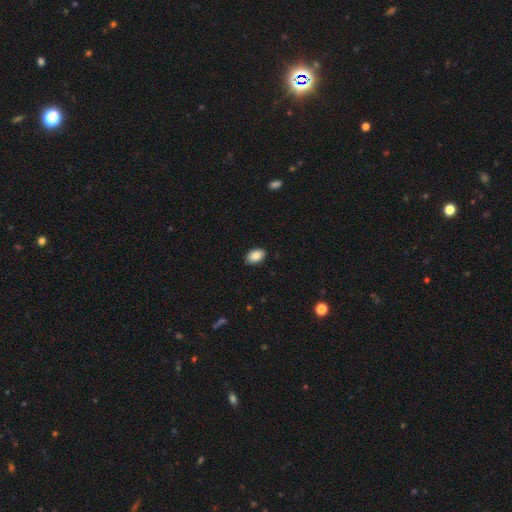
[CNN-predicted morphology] Q: Smooth or featured?
A: smooth (86%); runner-up: star or artifact (7%)
Q: How rounded?
A: in between (88%); runner-up: round (11%)
Q: Merging?
A: none (87%); runner-up: minor disturbance (10%)